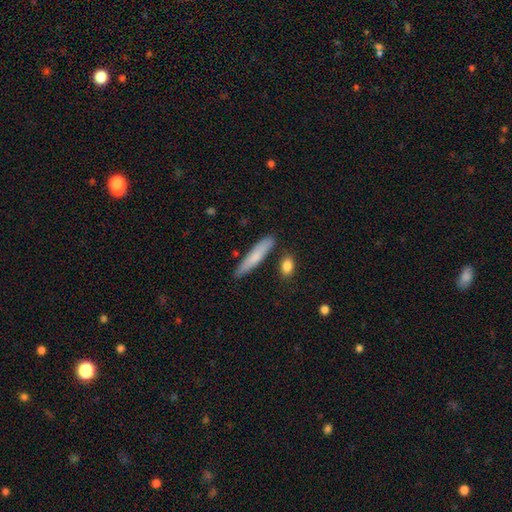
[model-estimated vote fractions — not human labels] The model was most divided on "smooth or featured": smooth: 73%, featured or disk: 21%, star or artifact: 6%. More confident: how rounded — cigar-shaped (90%); merging — none (83%).